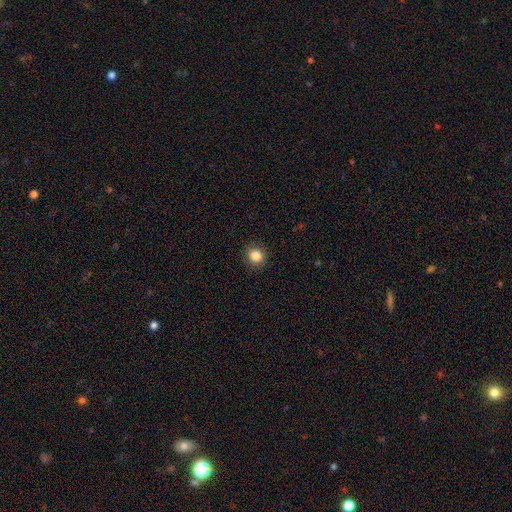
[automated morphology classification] Smooth or featured? Predicted: smooth (p=0.86). How rounded? Predicted: round (p=0.77). Merging? Predicted: none (p=0.89).